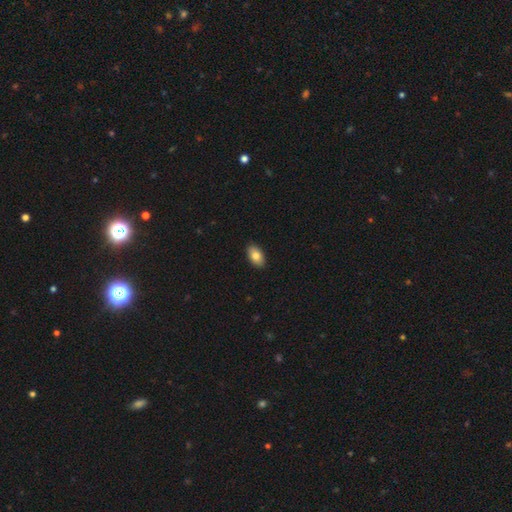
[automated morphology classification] This appears to be a smooth galaxy with no disk features (82%) that is in between round and cigar-shaped (94%). Merging: none (90%).